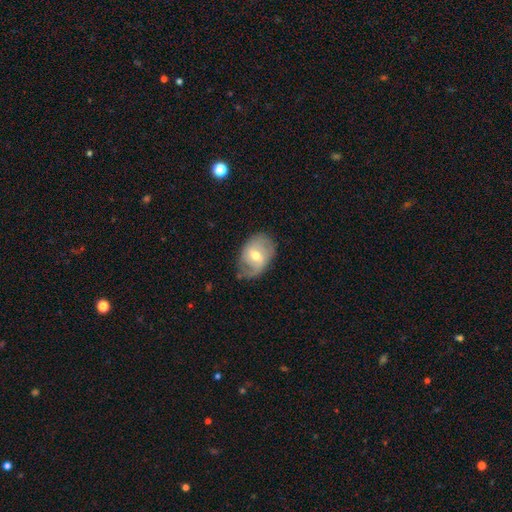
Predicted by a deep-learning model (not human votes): Smooth or featured? Predicted: featured or disk (p=0.62). Edge-on disk? Predicted: no (p=0.95). Bar? Predicted: weak (p=0.55). Spiral arms? Predicted: yes (p=0.80). Bulge size? Predicted: moderate (p=0.61). Merging? Predicted: none (p=0.64).